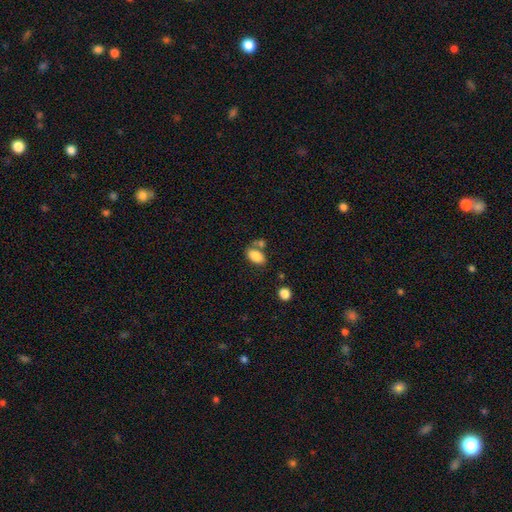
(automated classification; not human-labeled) Smooth or featured?
  - smooth: 83% *
  - featured or disk: 9%
  - star or artifact: 8%
How rounded?
  - in between: 92% *
  - round: 6%
  - cigar-shaped: 2%
Merging?
  - none: 55% *
  - merger: 25%
  - minor disturbance: 14%
  - major disturbance: 5%